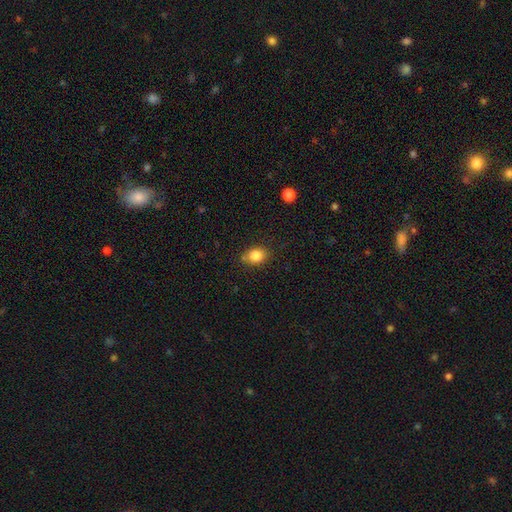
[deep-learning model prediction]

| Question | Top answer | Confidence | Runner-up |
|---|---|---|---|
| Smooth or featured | smooth | 84% | star or artifact (10%) |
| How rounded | round | 50% | in between (49%) |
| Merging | none | 74% | minor disturbance (18%) |